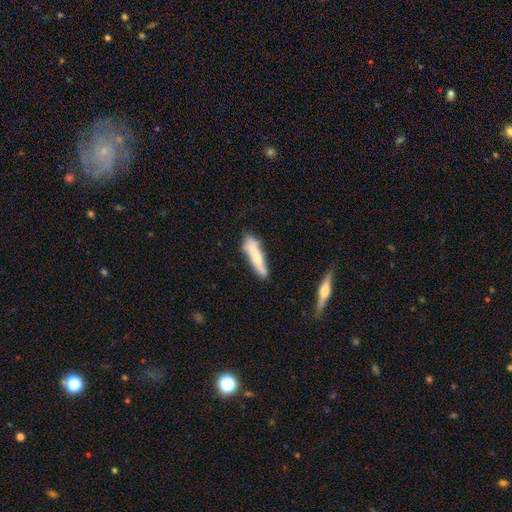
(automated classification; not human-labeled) A smooth galaxy with no disk features (70%) that is cigar-shaped (84%).

Vote fractions:
- Smooth or featured? smooth: 70% / featured or disk: 24% / star or artifact: 6%
- How rounded? cigar-shaped: 84% / in between: 15% / round: 1%
- Merging? none: 69% / minor disturbance: 21% / merger: 5% / major disturbance: 5%